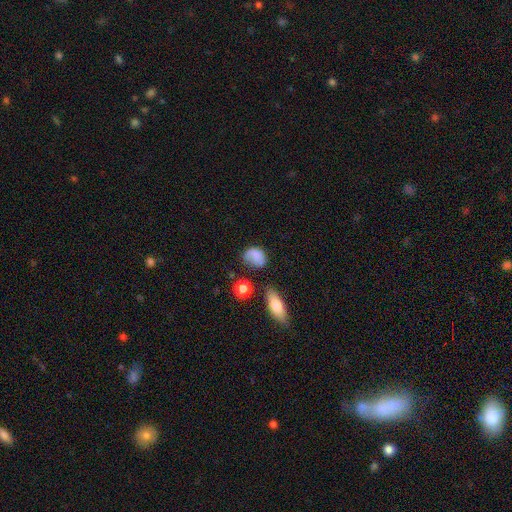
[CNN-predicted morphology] type=smooth (69%); roundness=in between (51%); merging=none (50%).